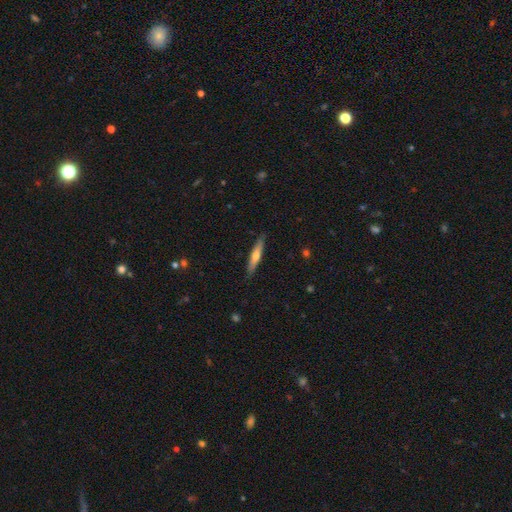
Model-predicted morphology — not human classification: Q: Smooth or featured?
A: smooth (51%); runner-up: featured or disk (44%)
Q: How rounded?
A: cigar-shaped (91%); runner-up: in between (8%)
Q: Merging?
A: none (88%); runner-up: minor disturbance (9%)